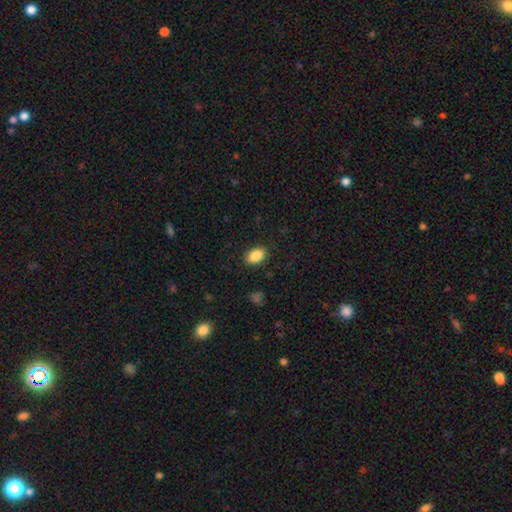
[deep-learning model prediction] The model was most divided on "how rounded": in between: 82%, round: 17%, cigar-shaped: 1%. More confident: merging — none (88%); smooth or featured — smooth (87%).